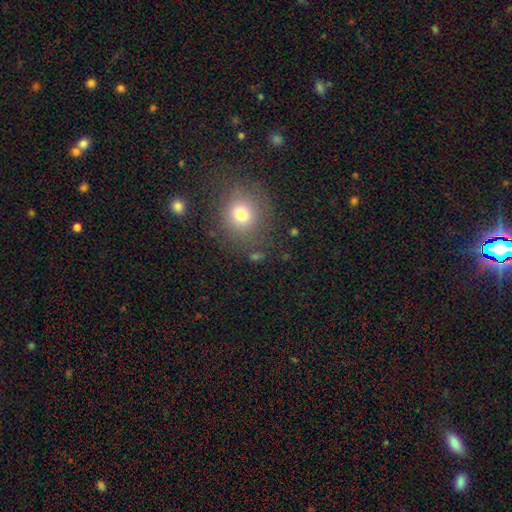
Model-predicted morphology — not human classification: This is likely a smooth galaxy (69%). How rounded: clearly round (80%). Merging: likely none (79%).